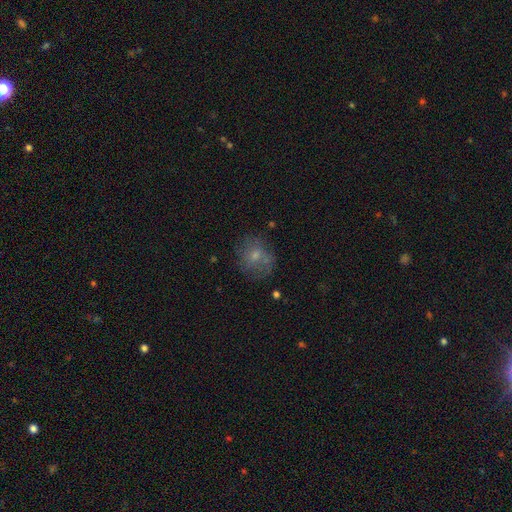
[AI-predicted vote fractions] The model was most divided on "merging": none: 58%, minor disturbance: 24%, major disturbance: 15%, merger: 3%. More confident: how rounded — round (71%); smooth or featured — smooth (63%).